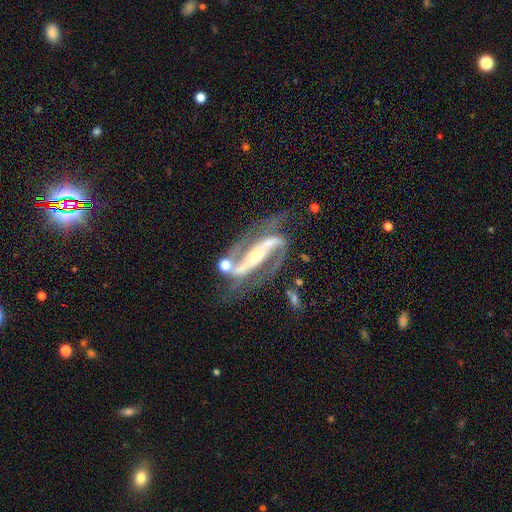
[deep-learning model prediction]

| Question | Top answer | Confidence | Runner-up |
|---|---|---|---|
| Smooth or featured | featured or disk | 92% | star or artifact (5%) |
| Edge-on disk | no | 94% | yes (6%) |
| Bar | strong | 70% | weak (16%) |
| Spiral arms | yes | 98% | no (2%) |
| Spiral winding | medium | 53% | loose (27%) |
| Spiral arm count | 2 | 93% | can't tell (2%) |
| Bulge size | small | 62% | moderate (33%) |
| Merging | none | 65% | minor disturbance (17%) |